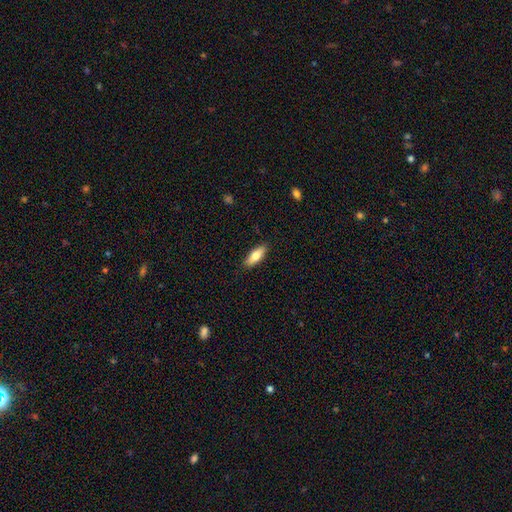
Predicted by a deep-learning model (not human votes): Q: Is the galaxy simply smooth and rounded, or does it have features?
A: smooth — 75%.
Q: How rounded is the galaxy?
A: in between — 65%.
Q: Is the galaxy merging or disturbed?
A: none — 88%.